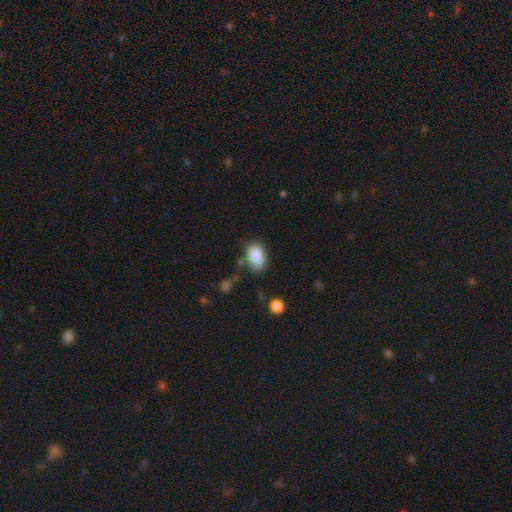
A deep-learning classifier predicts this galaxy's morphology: A smooth galaxy with no disk features (88%) that is in between round and cigar-shaped (89%).

Vote fractions:
- Smooth or featured? smooth: 88% / star or artifact: 8% / featured or disk: 4%
- How rounded? in between: 89% / round: 10% / cigar-shaped: 1%
- Merging? none: 73% / minor disturbance: 18% / major disturbance: 5% / merger: 4%